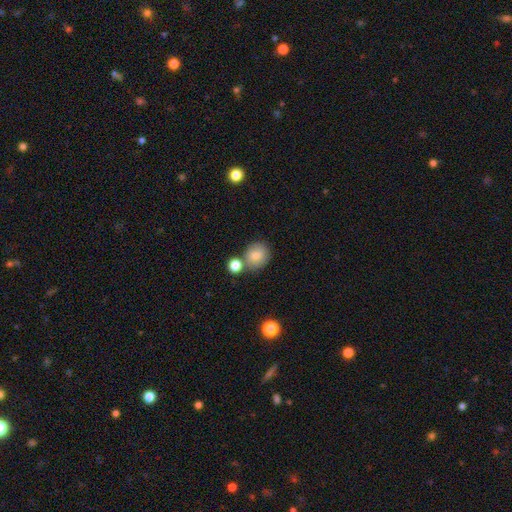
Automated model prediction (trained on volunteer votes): This is clearly a smooth galaxy (80%). How rounded: likely round (77%). Merging: likely none (66%).